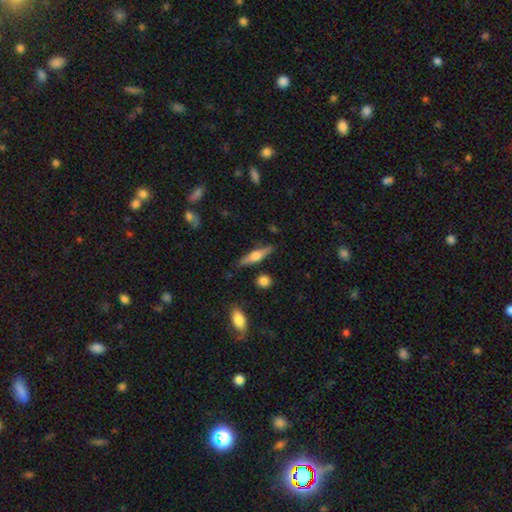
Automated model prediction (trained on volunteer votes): Overall: featured or disk (58%; smooth 36%). Edge-on disk: yes (95%). Edge-on bulge: rounded (89%). Merging: none (84%).